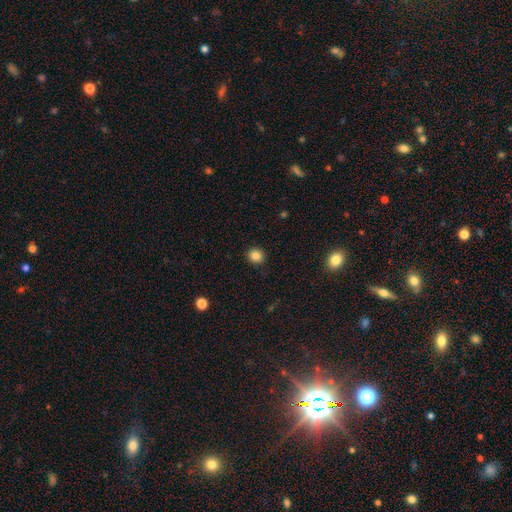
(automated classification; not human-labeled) Overall: smooth (85%). How rounded: round (86%). Merging: none (91%).